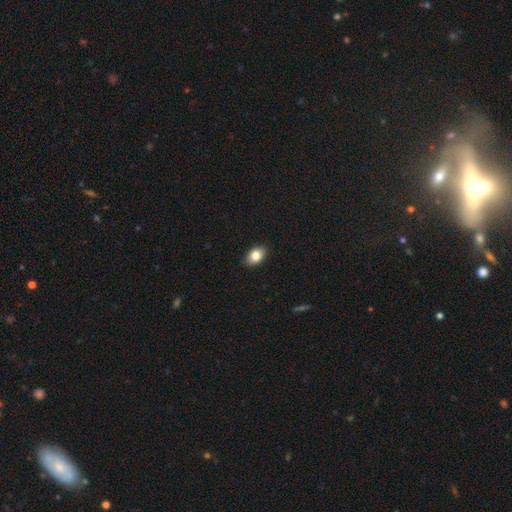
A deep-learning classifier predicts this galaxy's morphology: smooth 83%, featured or disk 9%, star or artifact 8%. Down the decision tree: how rounded — in between (83%); merging — none (89%).